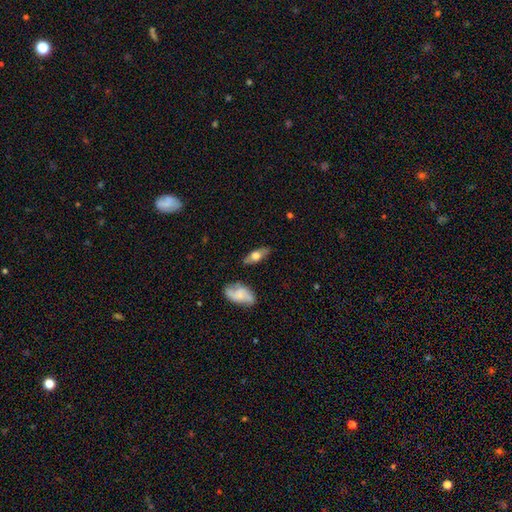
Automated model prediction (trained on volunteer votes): The model was most divided on "smooth or featured": smooth: 47%, featured or disk: 46%, star or artifact: 7%. More confident: merging — none (78%).